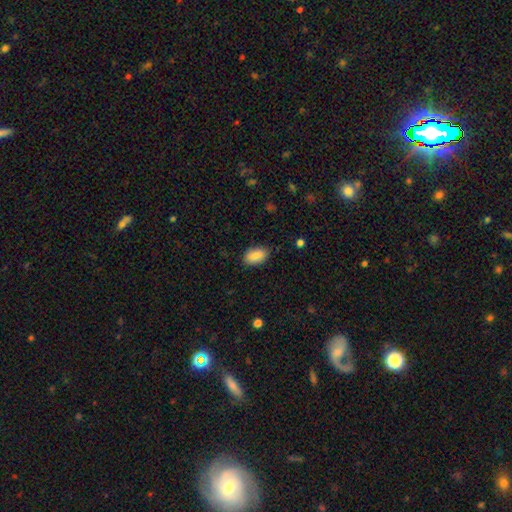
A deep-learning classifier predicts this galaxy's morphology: Smooth or featured: smooth — 86% (star or artifact — 7%)
How rounded: in between — 92% (round — 5%)
Merging: none — 84% (minor disturbance — 12%)